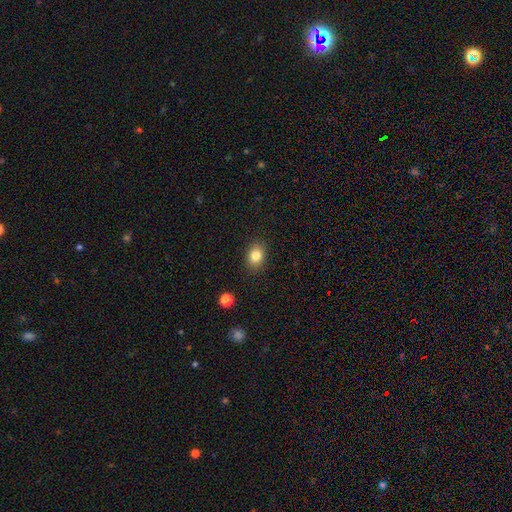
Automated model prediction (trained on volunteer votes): Q: Smooth or featured?
A: smooth (83%); runner-up: star or artifact (10%)
Q: How rounded?
A: in between (65%); runner-up: round (34%)
Q: Merging?
A: none (87%); runner-up: minor disturbance (9%)